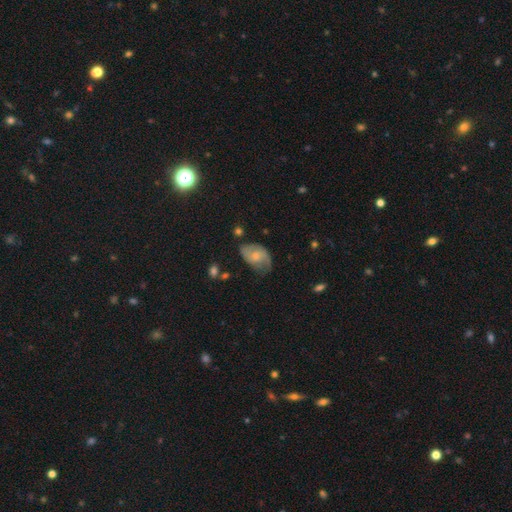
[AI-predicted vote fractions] smooth-or-featured: featured or disk: 49% | smooth: 44% | star or artifact: 7%
  merging: none: 48% | minor disturbance: 34% | major disturbance: 16% | merger: 2%